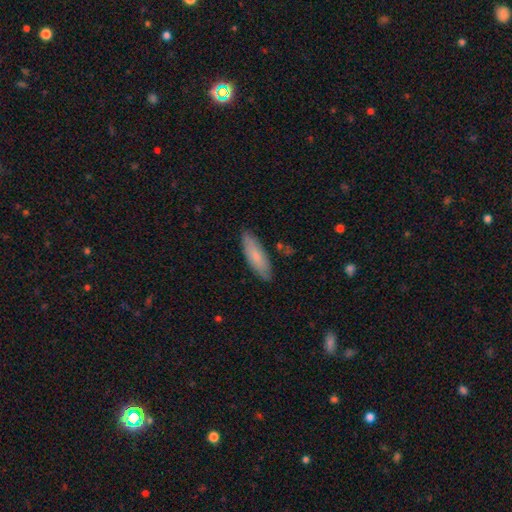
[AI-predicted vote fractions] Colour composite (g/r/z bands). It shows a smooth galaxy with no disk features (73%) that is cigar-shaped (50%). Merging: none (84%).